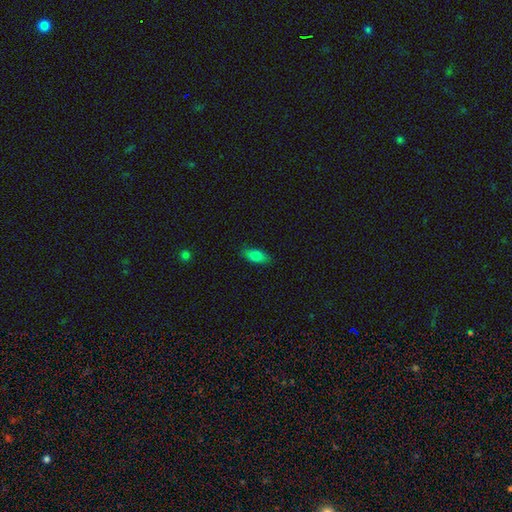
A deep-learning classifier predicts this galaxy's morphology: Overall: smooth (82%). How rounded: in between (84%). Merging: none (83%).